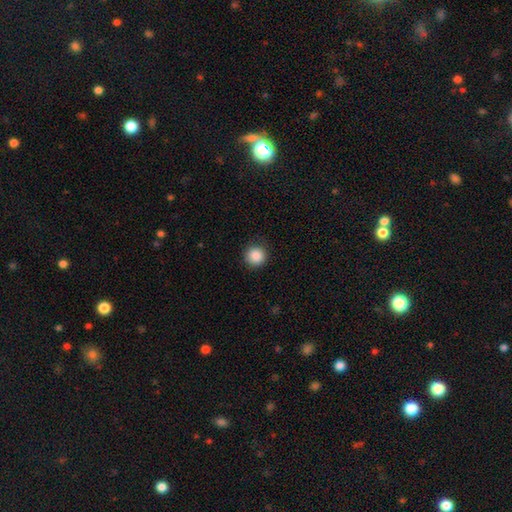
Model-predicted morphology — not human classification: Smooth or featured? smooth (88%)
How rounded? round (95%)
Merging? none (89%)